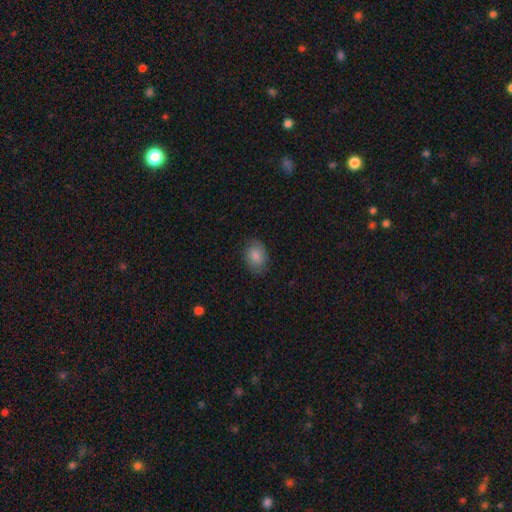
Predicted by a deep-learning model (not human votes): smooth_or_featured: smooth (p=0.84) [alt: featured or disk p=0.09]
how_rounded: in between (p=0.77) [alt: round p=0.22]
merging: none (p=0.81) [alt: minor disturbance p=0.15]